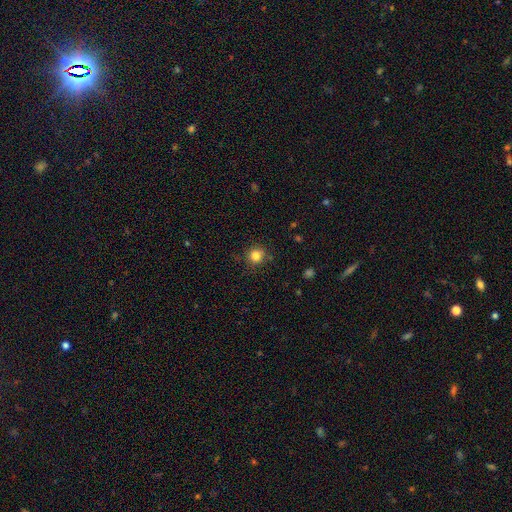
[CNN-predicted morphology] smooth 83%, star or artifact 12%, featured or disk 5%. Down the decision tree: how rounded — round (90%); merging — none (86%).